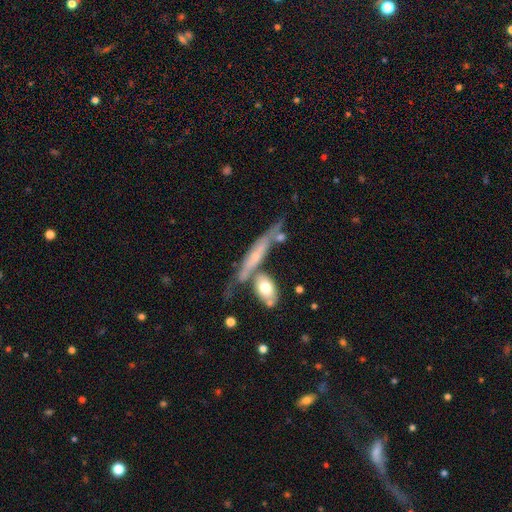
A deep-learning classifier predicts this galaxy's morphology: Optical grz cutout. It shows a featured or disk galaxy (61%) viewed edge-on (75%). Merging: none (48%).